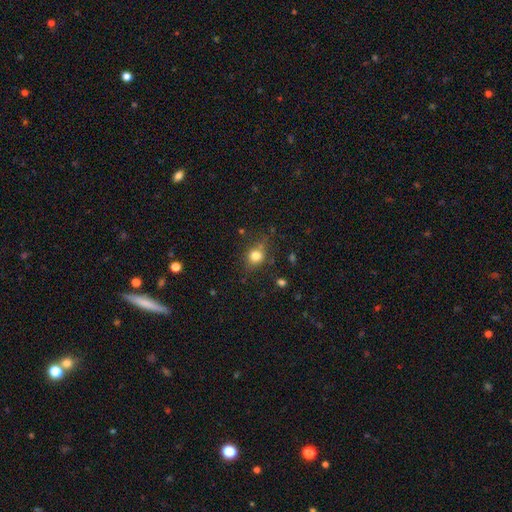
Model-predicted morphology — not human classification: smooth 78%, star or artifact 13%, featured or disk 9%. Down the decision tree: how rounded — round (71%); merging — none (70%).